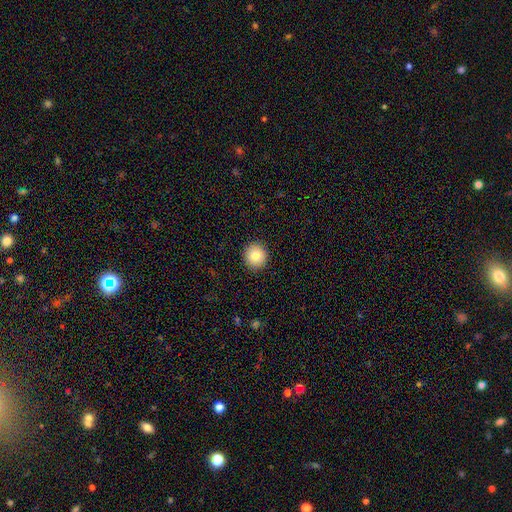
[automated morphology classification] Smooth or featured? smooth (83%)
How rounded? round (92%)
Merging? none (93%)